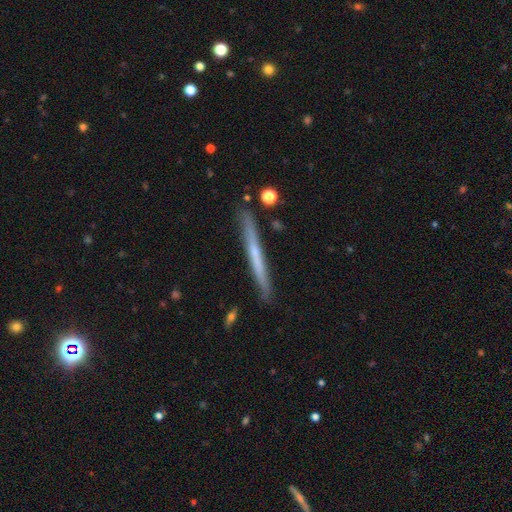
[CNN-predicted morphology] smooth_or_featured: featured or disk (p=0.51) [alt: smooth p=0.43]
disk_edge_on: yes (p=0.96) [alt: no p=0.04]
merging: none (p=0.89) [alt: minor disturbance p=0.08]